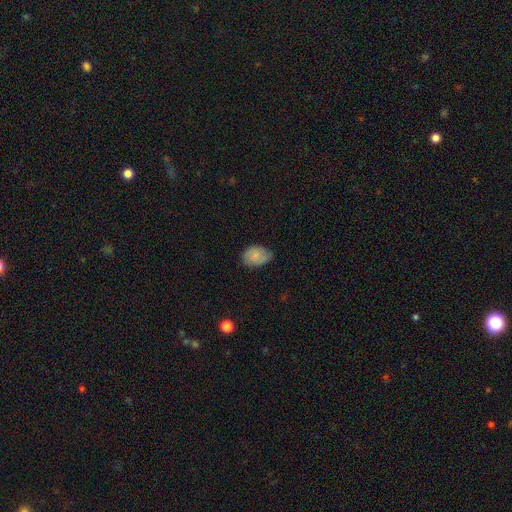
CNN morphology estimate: Overall: smooth (72%). How rounded: in between (78%). Merging: none (58%; minor disturbance 34%).